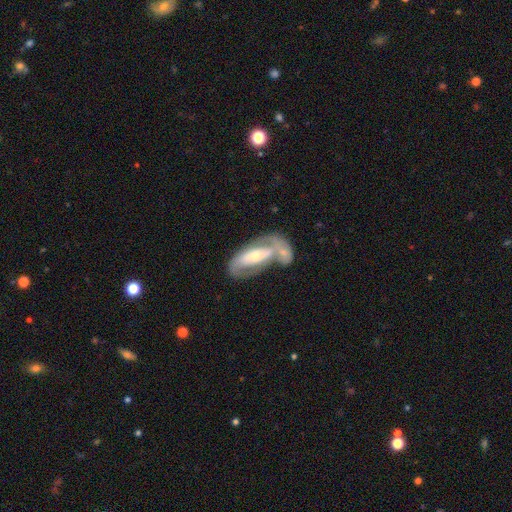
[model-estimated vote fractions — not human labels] The model was most divided on "bar": no: 40%, strong: 32%, weak: 28%. Remaining: edge-on disk — no (91%); smooth or featured — featured or disk (73%); spiral arms — yes (73%); bulge size — moderate (53%); merging — merger (43%).